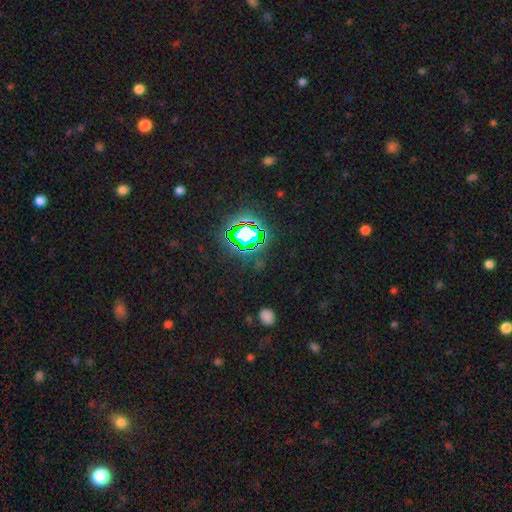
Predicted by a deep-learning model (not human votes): Smooth or featured? star or artifact (80%)